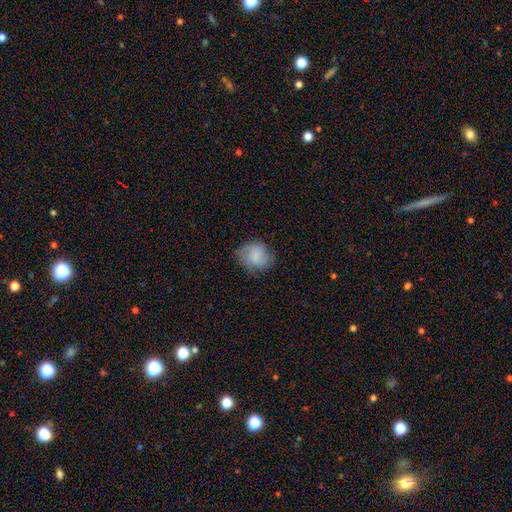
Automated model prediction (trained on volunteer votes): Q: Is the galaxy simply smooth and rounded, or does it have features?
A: smooth — 55%.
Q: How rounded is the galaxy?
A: round — 66%.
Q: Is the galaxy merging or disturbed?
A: none — 69%.